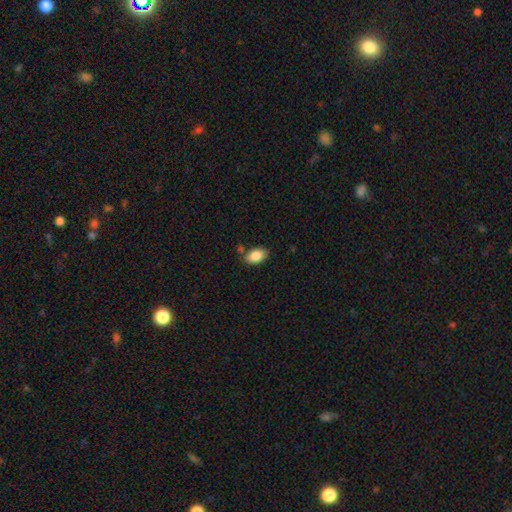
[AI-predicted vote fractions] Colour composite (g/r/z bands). It shows a smooth galaxy with no disk features (88%) that is in between round and cigar-shaped (90%). Merging: none (76%).